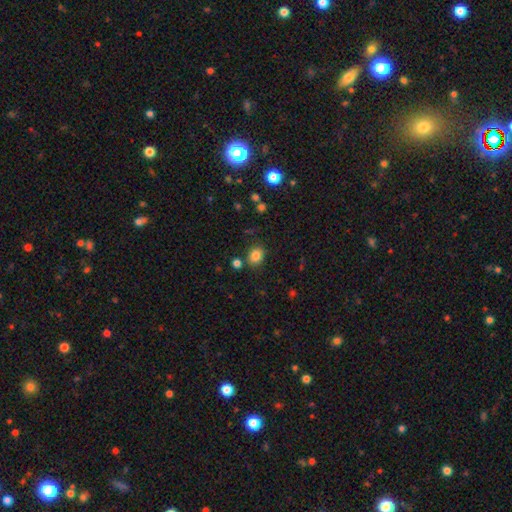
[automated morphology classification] Smooth or featured? smooth (83%)
How rounded? round (51%)
Merging? none (80%)